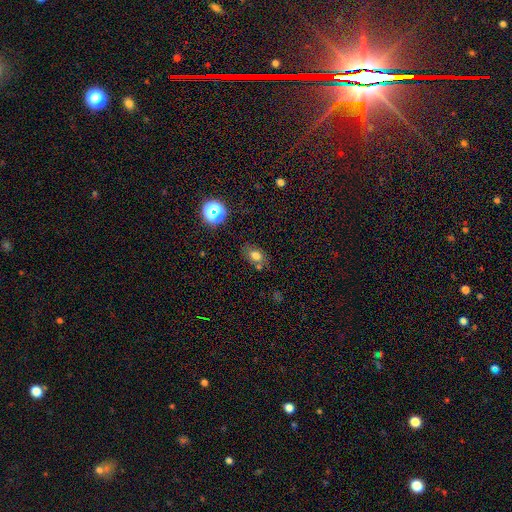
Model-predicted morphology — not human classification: Smooth or featured?
  - smooth: 72% *
  - star or artifact: 16%
  - featured or disk: 12%
How rounded?
  - in between: 68% *
  - round: 30%
  - cigar-shaped: 2%
Merging?
  - none: 66% *
  - minor disturbance: 18%
  - merger: 11%
  - major disturbance: 5%